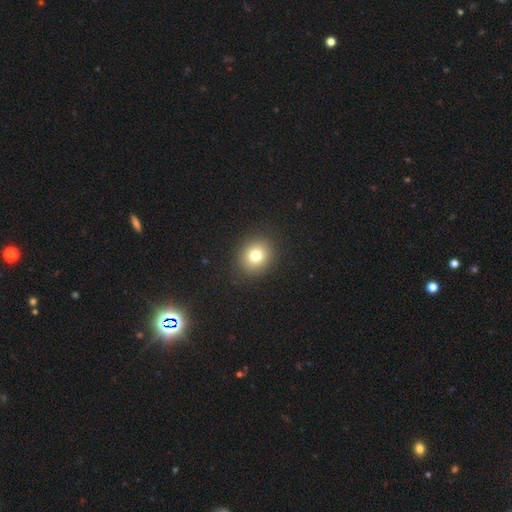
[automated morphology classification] A smooth galaxy with no disk features (77%) that is round (74%).

Vote fractions:
- Smooth or featured? smooth: 77% / star or artifact: 13% / featured or disk: 10%
- How rounded? round: 74% / in between: 25% / cigar-shaped: 1%
- Merging? none: 90% / minor disturbance: 6% / major disturbance: 2% / merger: 1%